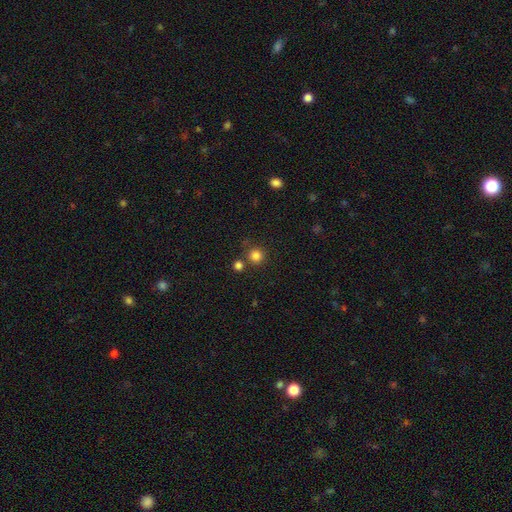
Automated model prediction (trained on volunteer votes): A smooth galaxy with no disk features (82%) that is round (94%).

Vote fractions:
- Smooth or featured? smooth: 82% / star or artifact: 13% / featured or disk: 5%
- How rounded? round: 94% / in between: 5% / cigar-shaped: 1%
- Merging? none: 79% / merger: 10% / minor disturbance: 8% / major disturbance: 3%